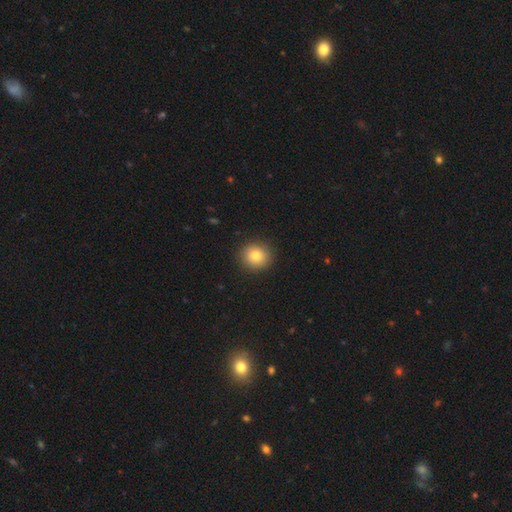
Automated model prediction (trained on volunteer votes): smooth 80%, star or artifact 10%, featured or disk 9%. Down the decision tree: how rounded — round (87%); merging — none (91%).